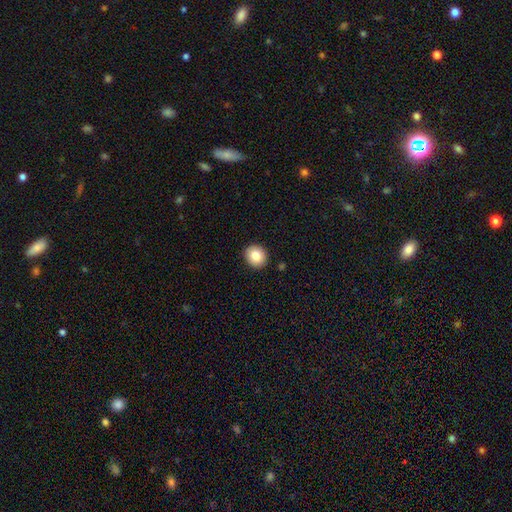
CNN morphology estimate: Smooth or featured? Predicted: smooth (p=0.83). How rounded? Predicted: round (p=0.86). Merging? Predicted: none (p=0.92).